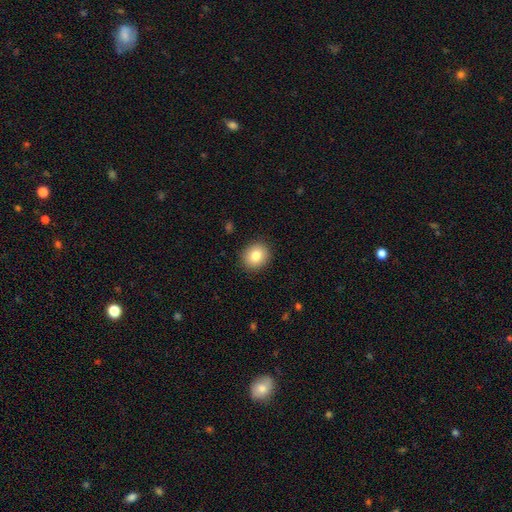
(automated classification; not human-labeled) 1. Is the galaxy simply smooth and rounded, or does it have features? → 83% smooth, 9% star or artifact, 8% featured or disk.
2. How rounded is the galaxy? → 77% round, 22% in between, 1% cigar-shaped.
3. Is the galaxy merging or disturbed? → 90% none, 7% minor disturbance, 2% major disturbance, 1% merger.